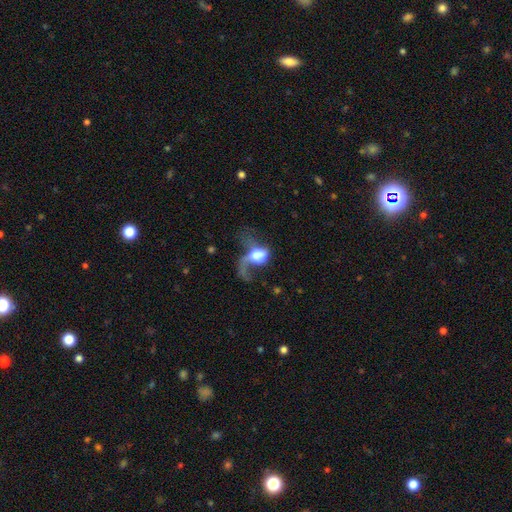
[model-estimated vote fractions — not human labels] A smooth galaxy with no disk features (48%). Merging: major disturbance (64%).